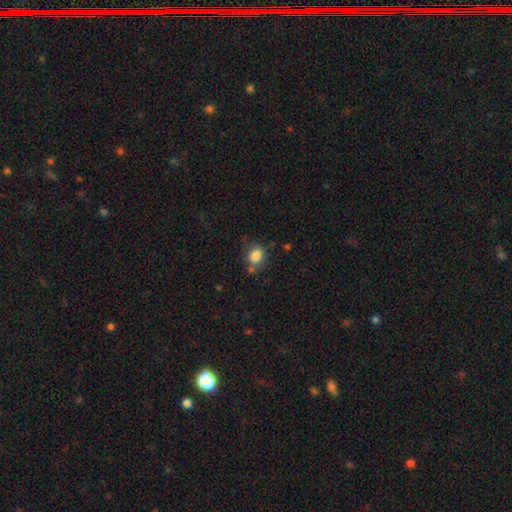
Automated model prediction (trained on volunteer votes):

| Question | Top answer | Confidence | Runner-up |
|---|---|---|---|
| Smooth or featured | smooth | 83% | star or artifact (10%) |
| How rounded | round | 64% | in between (35%) |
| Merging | none | 65% | minor disturbance (18%) |